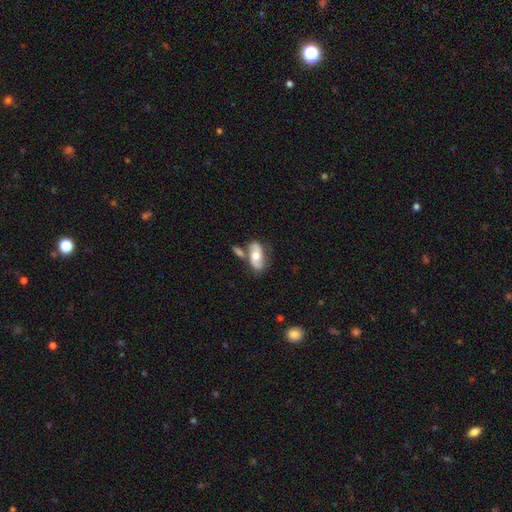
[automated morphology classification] A featured or disk galaxy (50%).

Vote fractions:
- Smooth or featured? featured or disk: 50% / smooth: 44% / star or artifact: 6%
- Merging? none: 52% / merger: 23% / minor disturbance: 18% / major disturbance: 7%